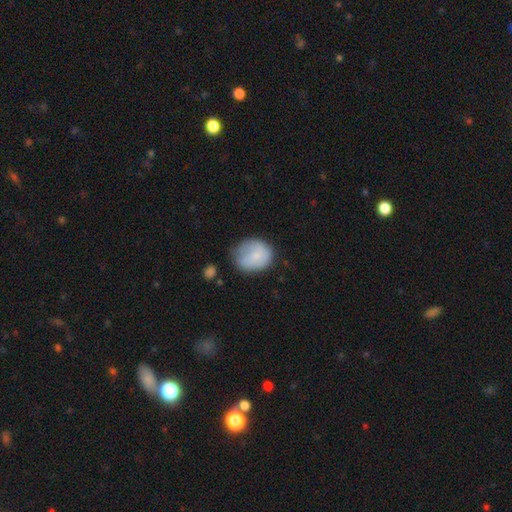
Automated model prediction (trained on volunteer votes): Smooth or featured? smooth (75%)
How rounded? round (67%)
Merging? none (51%)